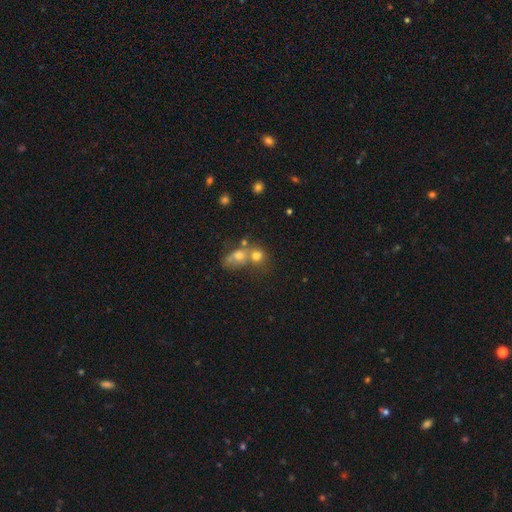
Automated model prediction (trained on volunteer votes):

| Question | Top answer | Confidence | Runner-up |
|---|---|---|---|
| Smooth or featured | smooth | 48% | star or artifact (29%) |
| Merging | merger | 51% | none (35%) |